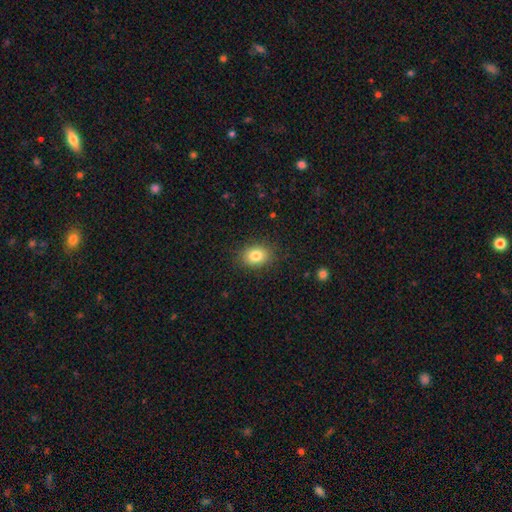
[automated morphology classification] Smooth or featured?
  - smooth: 83% *
  - star or artifact: 10%
  - featured or disk: 8%
How rounded?
  - in between: 59% *
  - round: 40%
  - cigar-shaped: 1%
Merging?
  - none: 87% *
  - minor disturbance: 10%
  - major disturbance: 3%
  - merger: 1%